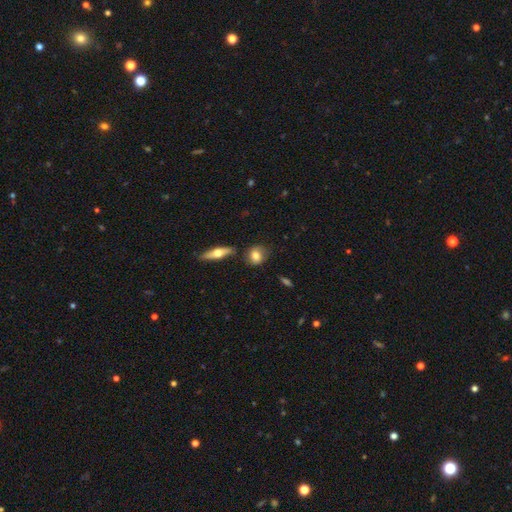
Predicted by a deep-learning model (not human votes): Q: Smooth or featured?
A: smooth (75%); runner-up: featured or disk (17%)
Q: How rounded?
A: round (56%); runner-up: in between (40%)
Q: Merging?
A: none (76%); runner-up: minor disturbance (15%)